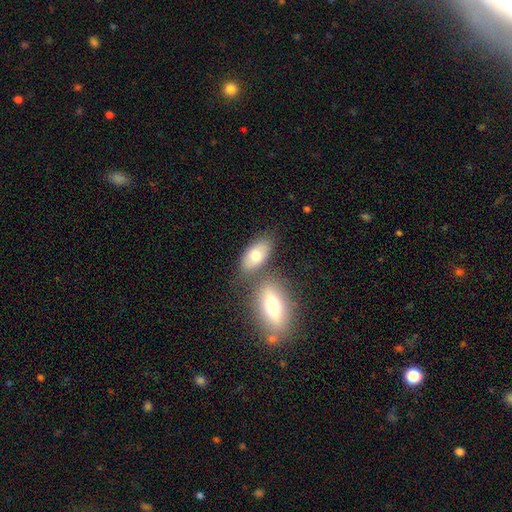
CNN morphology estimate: This appears to be a smooth galaxy with no disk features (73%) that is in between round and cigar-shaped (88%). Merging: none (61%).